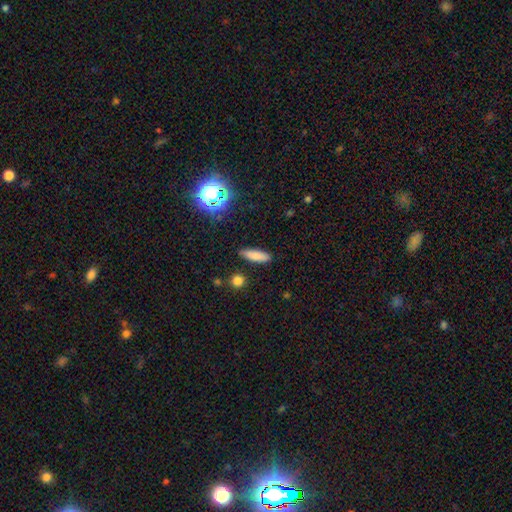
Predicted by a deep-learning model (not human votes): A smooth galaxy with no disk features (78%) that is cigar-shaped (54%). Merging: none (87%).